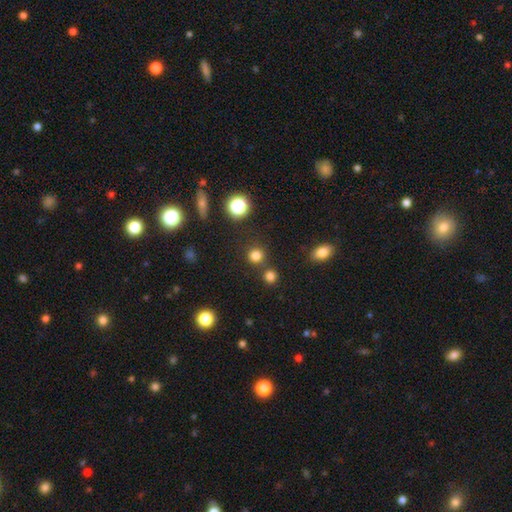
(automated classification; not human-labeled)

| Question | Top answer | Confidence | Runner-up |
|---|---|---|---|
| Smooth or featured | smooth | 78% | star or artifact (17%) |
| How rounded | round | 91% | in between (8%) |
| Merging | none | 79% | merger (10%) |